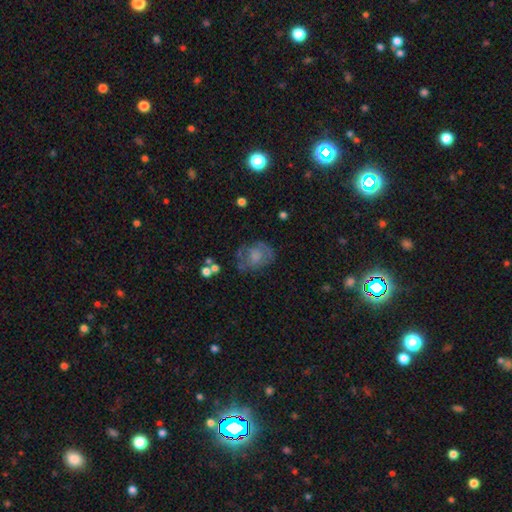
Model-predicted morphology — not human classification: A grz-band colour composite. It shows a smooth galaxy with no disk features (49%). Merging: none (56%).